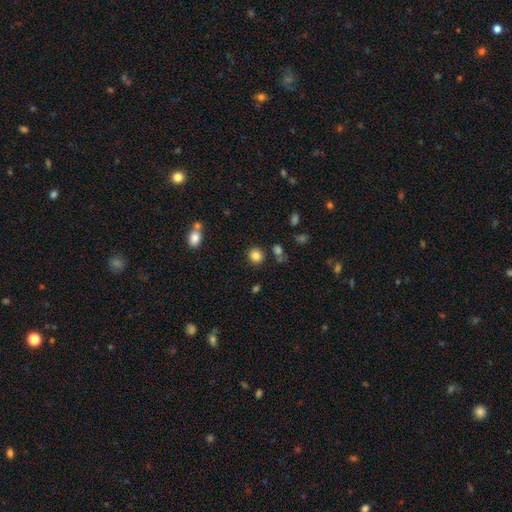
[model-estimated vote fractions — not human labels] smooth-or-featured: smooth: 84% | star or artifact: 11% | featured or disk: 5%
  how-rounded: round: 84% | in between: 15% | cigar-shaped: 1%
  merging: none: 84% | minor disturbance: 8% | merger: 5% | major disturbance: 3%